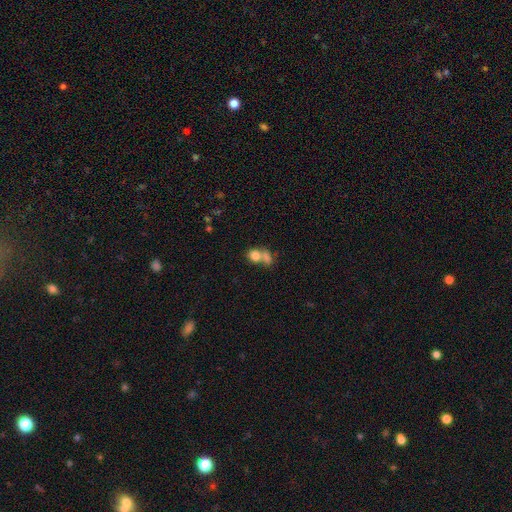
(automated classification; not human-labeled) Smooth or featured? Predicted: smooth (p=0.78). How rounded? Predicted: round (p=0.57). Merging? Predicted: merger (p=0.57).